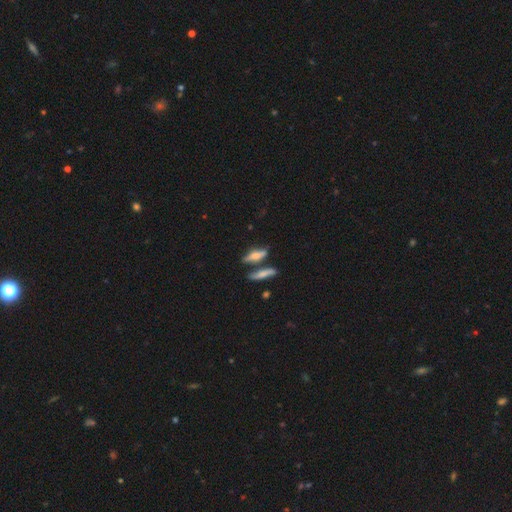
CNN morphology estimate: type=featured or disk (37%); merging=none (56%).